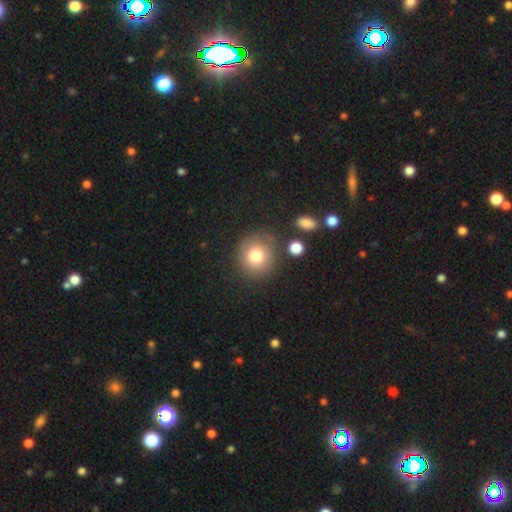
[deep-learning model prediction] smooth 76%, featured or disk 14%, star or artifact 10%. Down the decision tree: how rounded — round (88%); merging — none (77%).